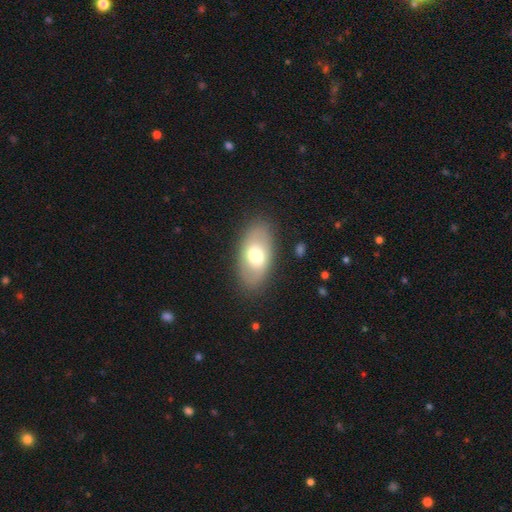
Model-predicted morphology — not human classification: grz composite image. It shows a smooth galaxy with no disk features (61%) that is in between round and cigar-shaped (92%). Merging: none (83%).